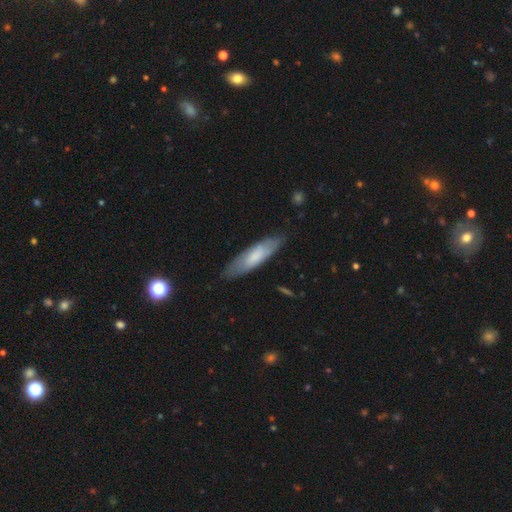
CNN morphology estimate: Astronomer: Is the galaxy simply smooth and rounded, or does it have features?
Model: smooth — 66%.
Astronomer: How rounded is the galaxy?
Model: cigar-shaped — 61% (runner-up: in between, 38%).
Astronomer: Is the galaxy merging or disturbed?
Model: none — 79%.